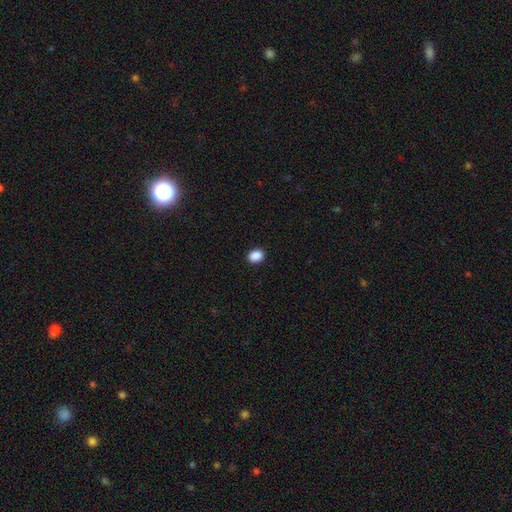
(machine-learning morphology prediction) This appears to be a smooth galaxy with no disk features (89%) that is in between round and cigar-shaped (61%). Merging: none (91%).